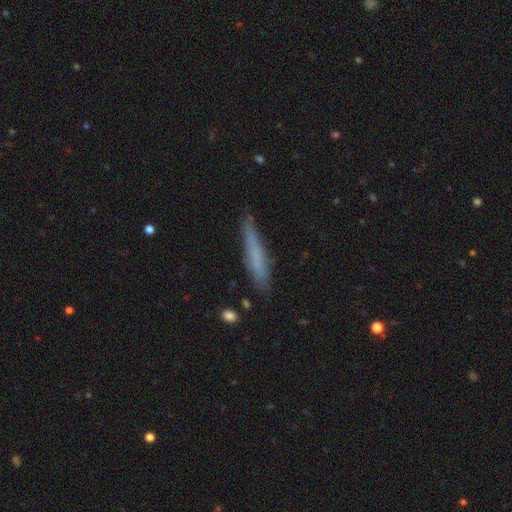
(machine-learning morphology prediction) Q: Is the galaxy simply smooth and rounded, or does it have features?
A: smooth — 65%.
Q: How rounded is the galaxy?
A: cigar-shaped — 92%.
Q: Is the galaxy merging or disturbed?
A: none — 81%.